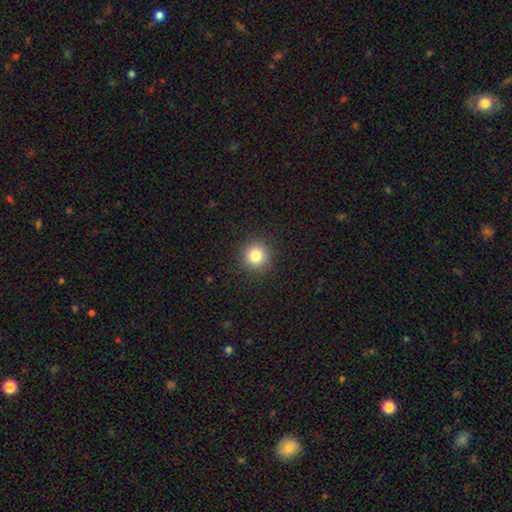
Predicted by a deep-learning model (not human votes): A smooth galaxy with no disk features (82%) that is round (94%).

Vote fractions:
- Smooth or featured? smooth: 82% / star or artifact: 12% / featured or disk: 6%
- How rounded? round: 94% / in between: 5% / cigar-shaped: 1%
- Merging? none: 92% / minor disturbance: 5% / major disturbance: 2% / merger: 1%